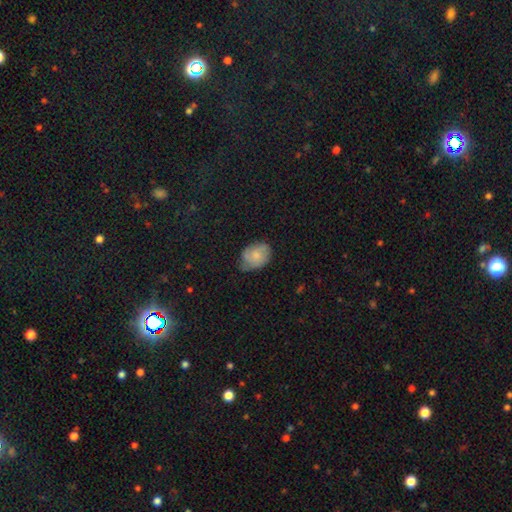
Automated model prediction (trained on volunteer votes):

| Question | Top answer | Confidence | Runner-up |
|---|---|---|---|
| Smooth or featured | smooth | 64% | featured or disk (28%) |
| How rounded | in between | 71% | round (28%) |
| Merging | none | 54% | minor disturbance (36%) |